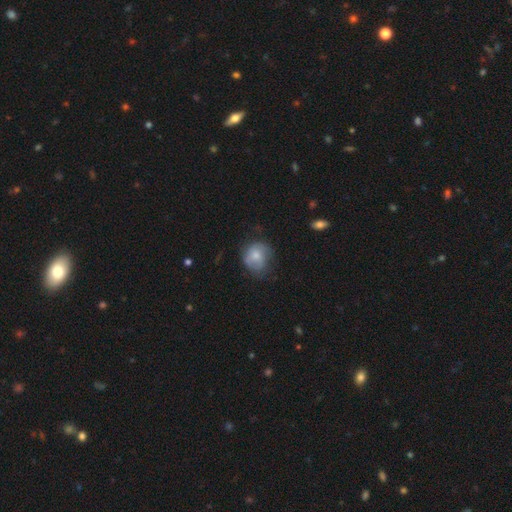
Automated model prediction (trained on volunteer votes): Q: Smooth or featured?
A: smooth (64%); runner-up: featured or disk (28%)
Q: How rounded?
A: round (72%); runner-up: in between (27%)
Q: Merging?
A: none (52%); runner-up: minor disturbance (30%)